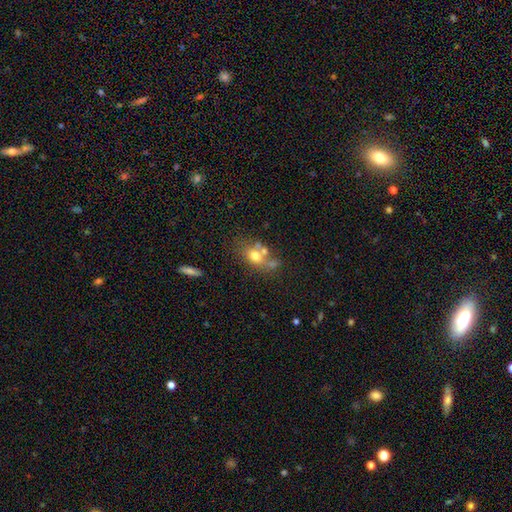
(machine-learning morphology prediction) This appears to be a smooth galaxy with no disk features (66%) that is in between round and cigar-shaped (61%). Merging: none (40%).